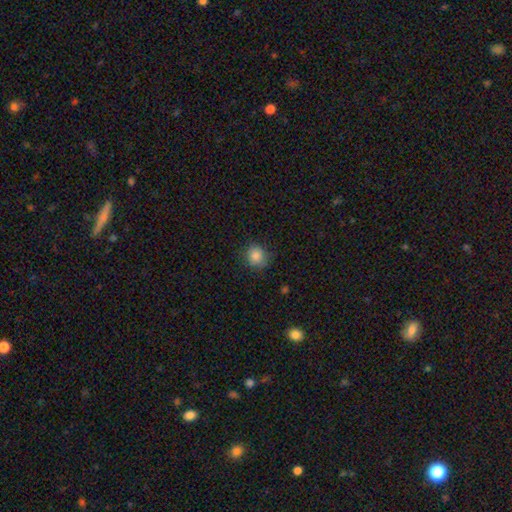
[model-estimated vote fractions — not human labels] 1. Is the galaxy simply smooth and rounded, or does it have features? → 86% smooth, 10% star or artifact, 4% featured or disk.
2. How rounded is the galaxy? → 86% round, 13% in between, 1% cigar-shaped.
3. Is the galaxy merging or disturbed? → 80% none, 15% minor disturbance, 4% major disturbance, 1% merger.